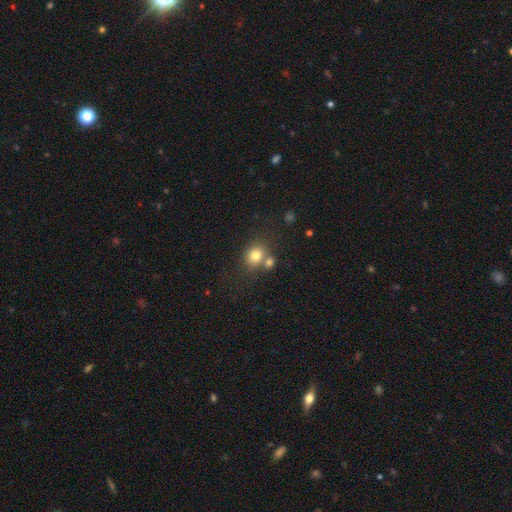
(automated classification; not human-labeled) This appears to be a smooth galaxy with no disk features (77%) that is round (65%). Merging: none (57%).